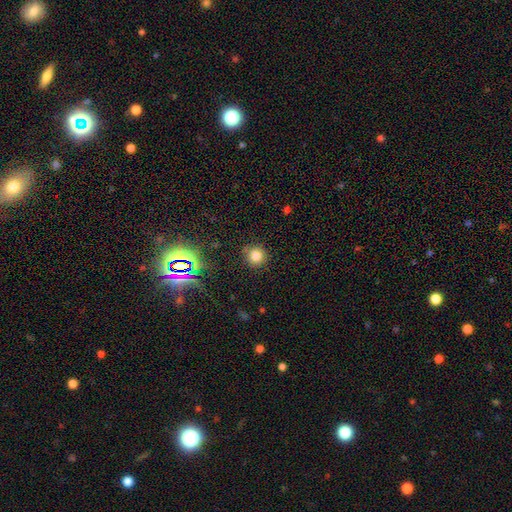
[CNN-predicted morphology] Smooth or featured? smooth (77%)
How rounded? round (93%)
Merging? none (85%)